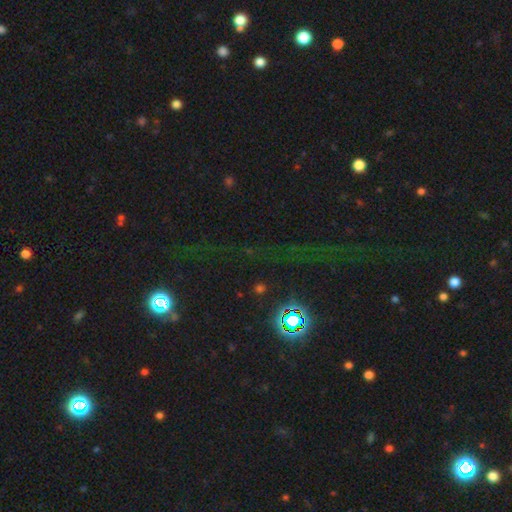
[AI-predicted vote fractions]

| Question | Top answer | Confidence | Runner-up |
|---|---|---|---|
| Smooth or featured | star or artifact | 73% | smooth (17%) |